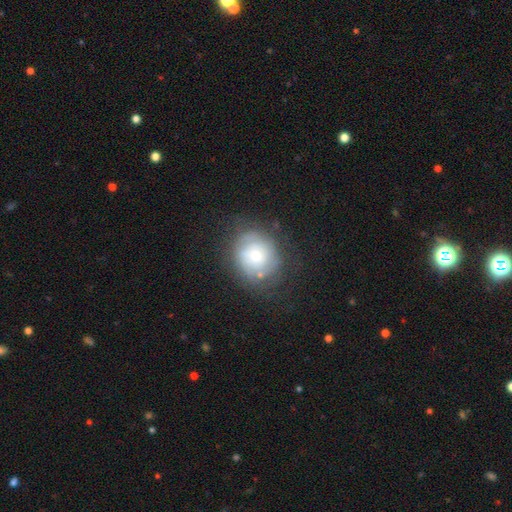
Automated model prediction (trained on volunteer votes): smooth_or_featured: featured or disk (p=0.52) [alt: smooth p=0.38]
disk_edge_on: no (p=0.96) [alt: yes p=0.04]
bar: no (p=0.83) [alt: weak p=0.14]
has_spiral_arms: yes (p=0.63) [alt: no p=0.37]
bulge_size: small (p=0.50) [alt: moderate p=0.42]
merging: none (p=0.68) [alt: minor disturbance p=0.19]